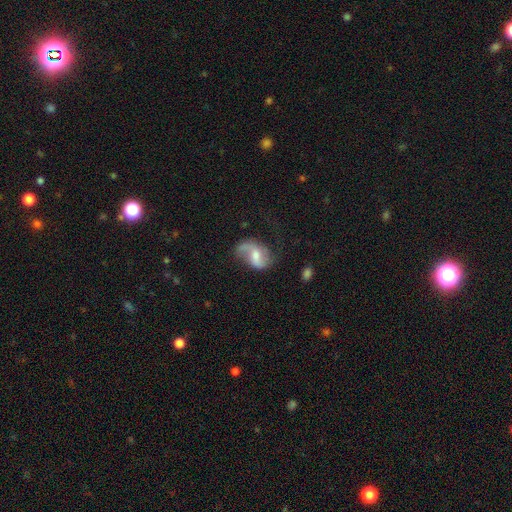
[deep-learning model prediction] Smooth or featured: featured or disk — 71% (smooth — 22%)
Edge-on disk: no — 97% (yes — 3%)
Bar: weak — 51% (no — 30%)
Spiral arms: yes — 91% (no — 9%)
Spiral winding: loose — 62% (medium — 30%)
Spiral arm count: 2 — 79% (1 — 13%)
Bulge size: moderate — 56% (small — 30%)
Merging: none — 54% (minor disturbance — 25%)